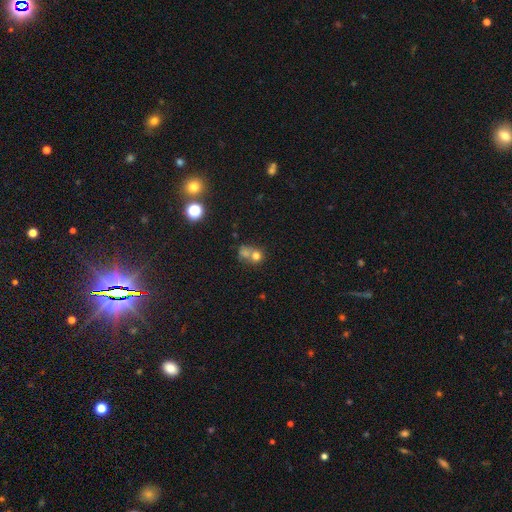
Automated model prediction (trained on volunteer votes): The model was most divided on "merging": merger: 57%, none: 30%, minor disturbance: 7%, major disturbance: 5%. More confident: how rounded — round (75%); smooth or featured — smooth (68%).